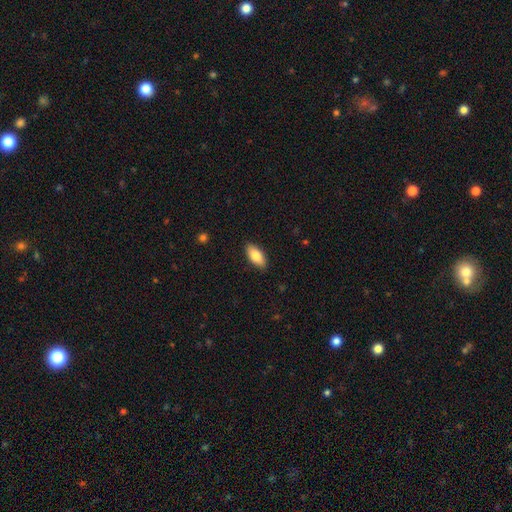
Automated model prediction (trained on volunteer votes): This appears to be a smooth galaxy with no disk features (81%) that is in between round and cigar-shaped (88%). Merging: none (88%).